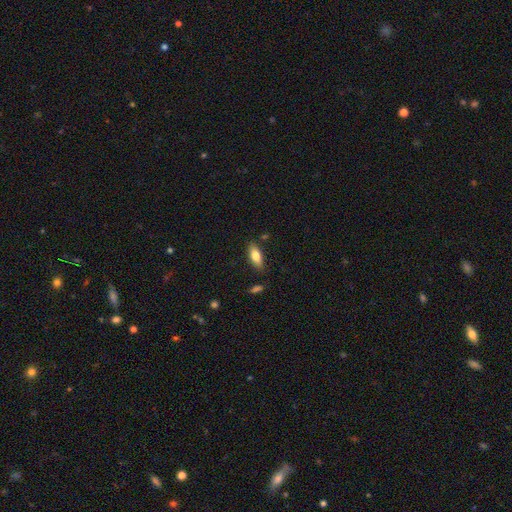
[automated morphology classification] Overall: smooth (76%). How rounded: in between (79%). Merging: none (83%).